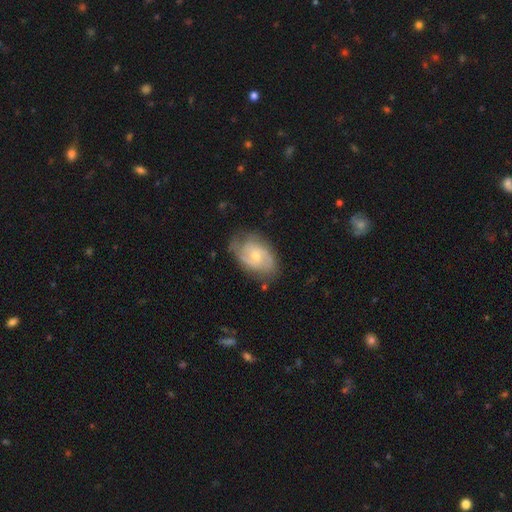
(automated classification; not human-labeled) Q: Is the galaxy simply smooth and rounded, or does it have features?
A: featured or disk — 80%.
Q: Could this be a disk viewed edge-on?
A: no — 97%.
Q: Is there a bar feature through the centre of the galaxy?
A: no — 65%.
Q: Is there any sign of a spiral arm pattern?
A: yes — 93%.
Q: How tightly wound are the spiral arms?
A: tight — 46%.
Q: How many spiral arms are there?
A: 2 — 63%.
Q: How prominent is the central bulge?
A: small — 58%.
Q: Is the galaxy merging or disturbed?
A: none — 72%.